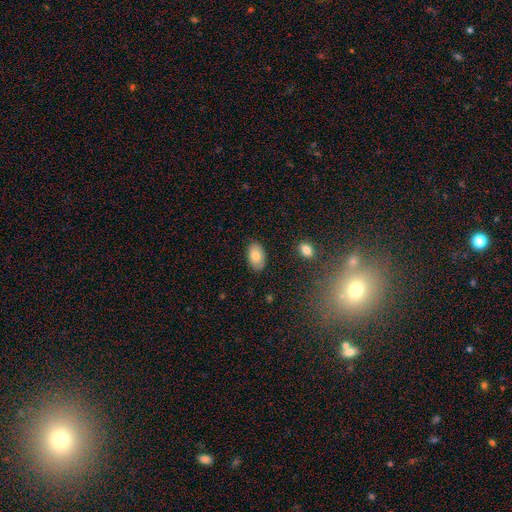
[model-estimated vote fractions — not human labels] smooth 81%, featured or disk 12%, star or artifact 7%. Down the decision tree: how rounded — in between (93%); merging — none (85%).